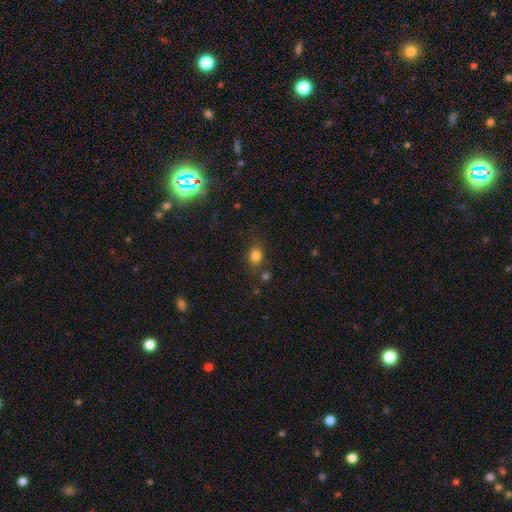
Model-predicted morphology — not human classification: This appears to be a smooth galaxy with no disk features (80%) that is round (54%). Merging: none (73%).